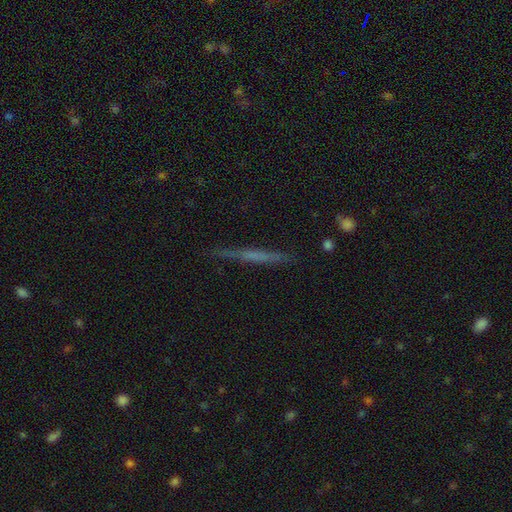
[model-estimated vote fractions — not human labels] Smooth or featured? Predicted: featured or disk (p=0.54). Edge-on disk? Predicted: yes (p=0.96). Edge-on bulge? Predicted: none (p=0.74). Merging? Predicted: none (p=0.87).